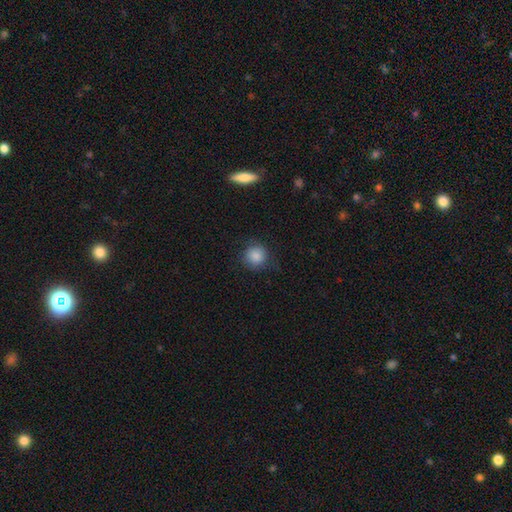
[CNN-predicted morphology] Smooth or featured? Predicted: smooth (p=0.85). How rounded? Predicted: round (p=0.90). Merging? Predicted: none (p=0.79).